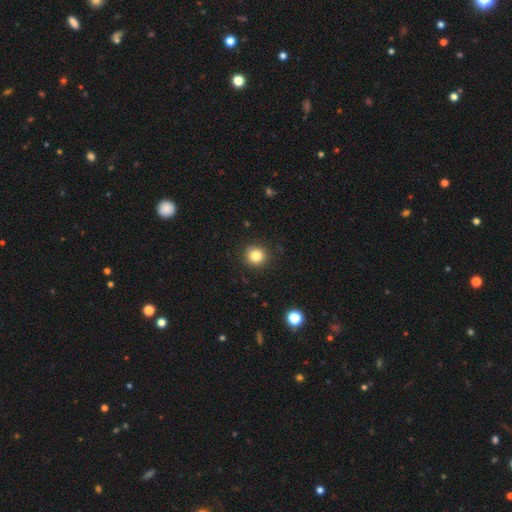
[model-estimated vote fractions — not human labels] Smooth or featured? smooth (83%)
How rounded? round (93%)
Merging? none (92%)